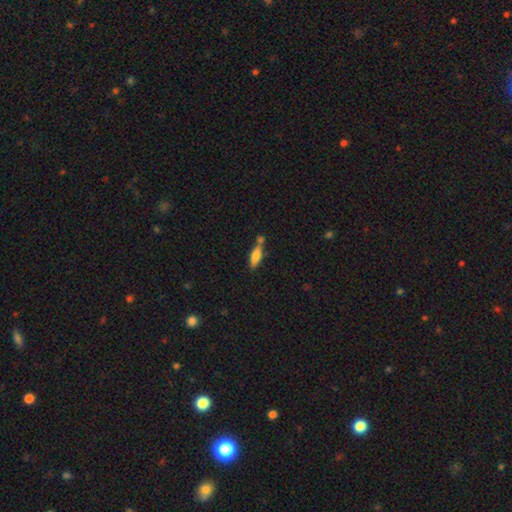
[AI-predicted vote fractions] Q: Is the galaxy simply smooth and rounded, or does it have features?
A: smooth — 77%.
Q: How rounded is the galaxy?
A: in between — 59%.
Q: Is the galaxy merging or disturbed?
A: none — 51%.